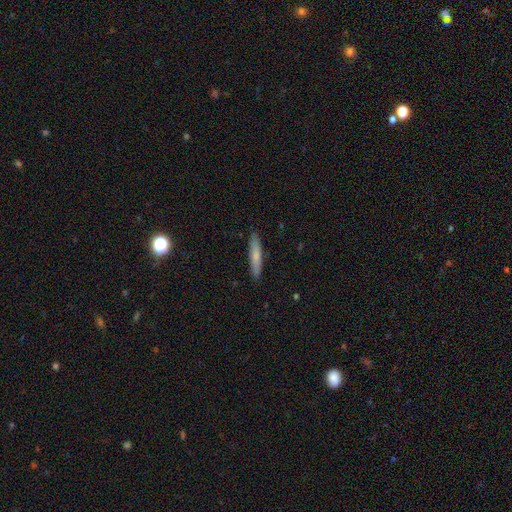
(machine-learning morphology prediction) Q: Smooth or featured?
A: smooth (74%); runner-up: featured or disk (20%)
Q: How rounded?
A: cigar-shaped (89%); runner-up: in between (10%)
Q: Merging?
A: none (89%); runner-up: minor disturbance (8%)